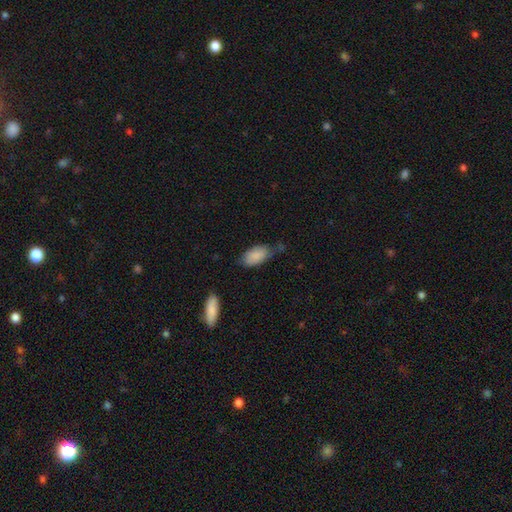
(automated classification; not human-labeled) The model was most divided on "merging": none: 54%, minor disturbance: 34%, major disturbance: 7%, merger: 5%. More confident: how rounded — in between (93%); smooth or featured — smooth (85%).